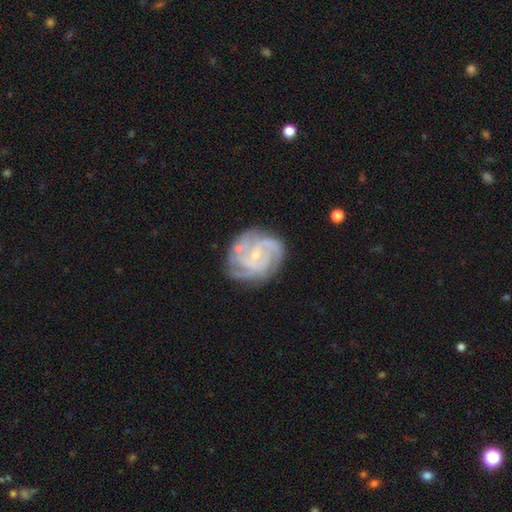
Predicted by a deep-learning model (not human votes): Smooth or featured? featured or disk (84%)
Edge-on disk? no (98%)
Bar? no (56%)
Spiral arms? yes (95%)
Spiral winding? tight (56%)
Spiral arm count? 3 (28%)
Bulge size? small (78%)
Merging? none (69%)